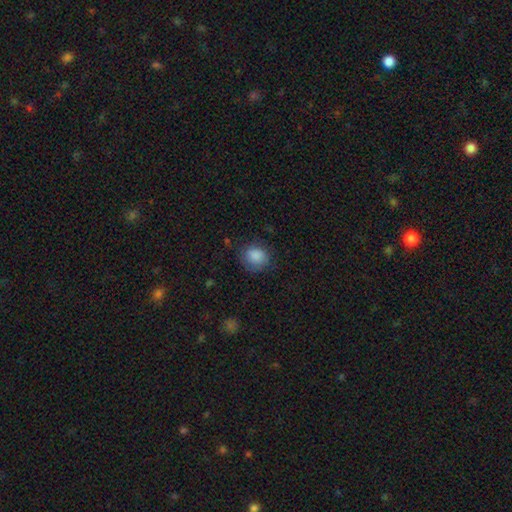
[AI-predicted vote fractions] smooth_or_featured: smooth (p=0.85) [alt: star or artifact p=0.08]
how_rounded: round (p=0.74) [alt: in between p=0.25]
merging: none (p=0.73) [alt: minor disturbance p=0.19]